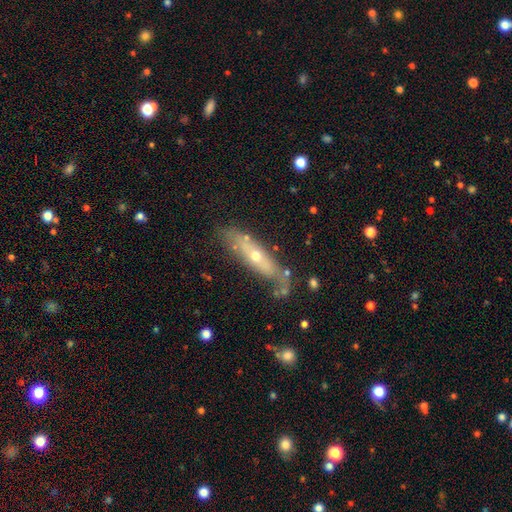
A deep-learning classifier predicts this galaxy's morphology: The model was most divided on "edge-on disk": no: 53%, yes: 47%. More confident: merging — none (60%); smooth or featured — featured or disk (59%).